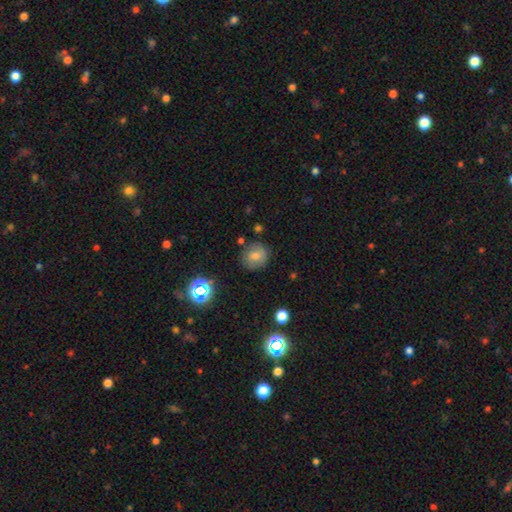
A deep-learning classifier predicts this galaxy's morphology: This appears to be a smooth galaxy with no disk features (73%) that is round (83%). Merging: none (79%).